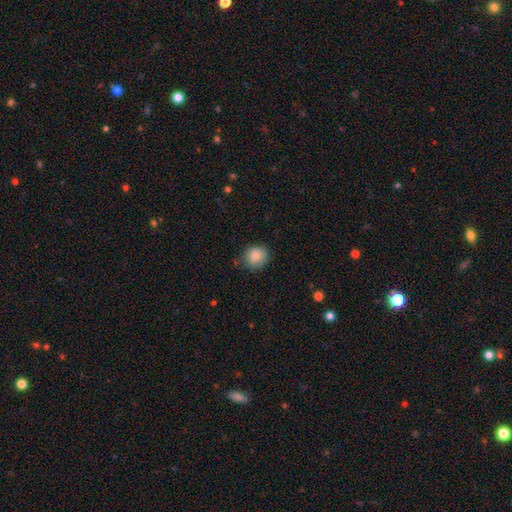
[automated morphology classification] A smooth galaxy with no disk features (87%) that is round (79%).

Vote fractions:
- Smooth or featured? smooth: 87% / star or artifact: 8% / featured or disk: 5%
- How rounded? round: 79% / in between: 20% / cigar-shaped: 1%
- Merging? none: 73% / minor disturbance: 21% / major disturbance: 4% / merger: 2%